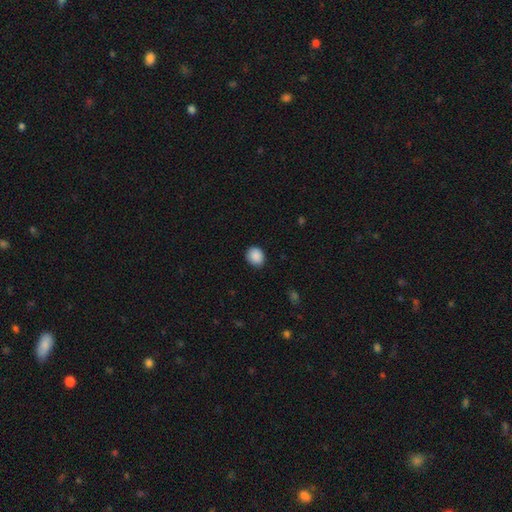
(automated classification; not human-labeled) Q: Smooth or featured?
A: smooth (89%); runner-up: star or artifact (8%)
Q: How rounded?
A: round (70%); runner-up: in between (29%)
Q: Merging?
A: none (88%); runner-up: minor disturbance (9%)